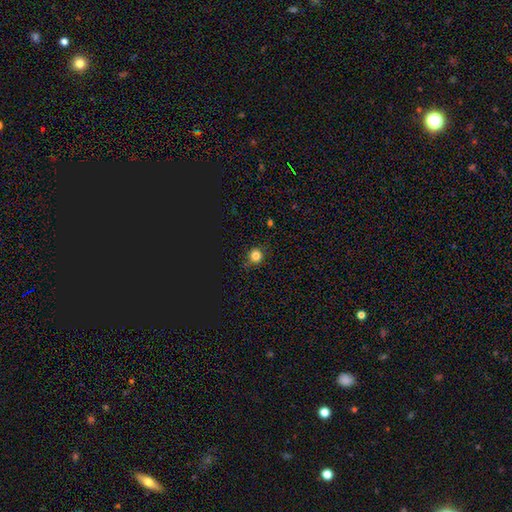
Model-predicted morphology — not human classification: A smooth galaxy with no disk features (79%) that is round (90%).

Vote fractions:
- Smooth or featured? smooth: 79% / star or artifact: 17% / featured or disk: 4%
- How rounded? round: 90% / in between: 9% / cigar-shaped: 1%
- Merging? none: 84% / minor disturbance: 11% / major disturbance: 3% / merger: 1%